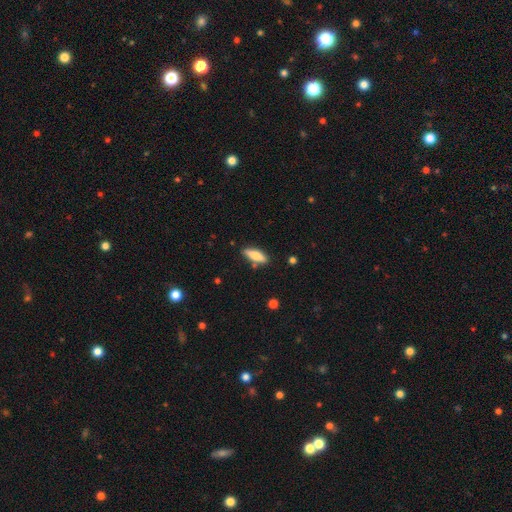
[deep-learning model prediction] A smooth galaxy with no disk features (73%) that is in between round and cigar-shaped (50%).

Vote fractions:
- Smooth or featured? smooth: 73% / featured or disk: 20% / star or artifact: 6%
- How rounded? in between: 50% / cigar-shaped: 48% / round: 2%
- Merging? none: 80% / minor disturbance: 13% / merger: 4% / major disturbance: 3%